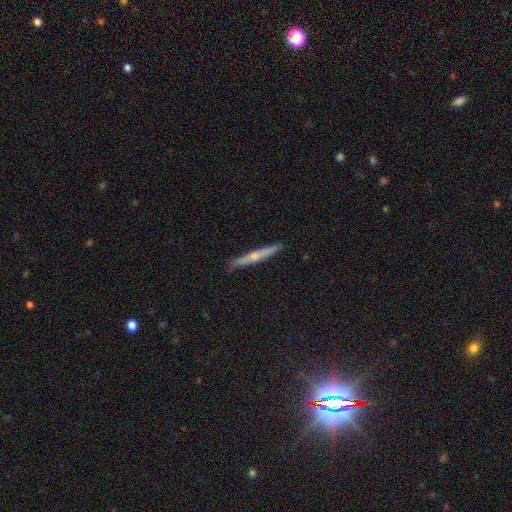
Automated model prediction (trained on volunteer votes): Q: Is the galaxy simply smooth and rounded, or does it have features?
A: featured or disk — 60%.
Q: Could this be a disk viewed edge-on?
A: yes — 96%.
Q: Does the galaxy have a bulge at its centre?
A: rounded — 73%.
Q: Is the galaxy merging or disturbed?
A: none — 88%.